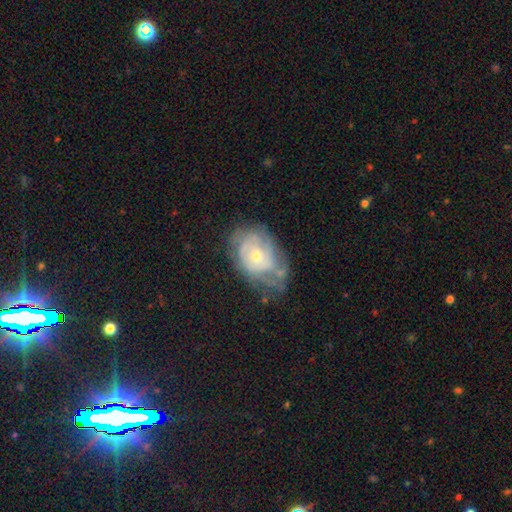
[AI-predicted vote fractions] Smooth or featured: featured or disk — 69% (smooth — 23%)
Edge-on disk: no — 96% (yes — 4%)
Bar: no — 78% (weak — 19%)
Spiral arms: yes — 73% (no — 27%)
Bulge size: small — 50% (moderate — 45%)
Merging: none — 46% (minor disturbance — 31%)